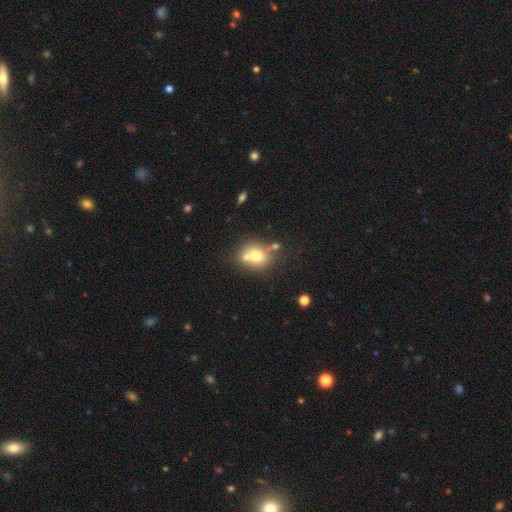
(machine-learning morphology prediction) Smooth or featured: smooth — 66% (featured or disk — 22%)
How rounded: round — 67% (in between — 32%)
Merging: none — 46% (merger — 38%)